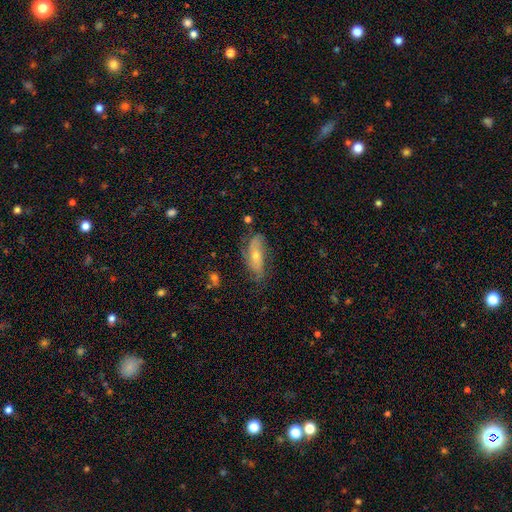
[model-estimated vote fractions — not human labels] Q: Smooth or featured?
A: featured or disk (56%); runner-up: smooth (36%)
Q: Edge-on disk?
A: no (81%); runner-up: yes (19%)
Q: Merging?
A: none (58%); runner-up: minor disturbance (27%)